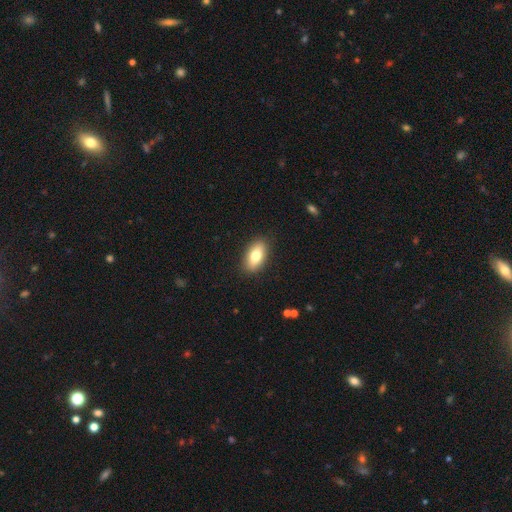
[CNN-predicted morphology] type=smooth (76%); roundness=in between (89%); merging=none (89%).